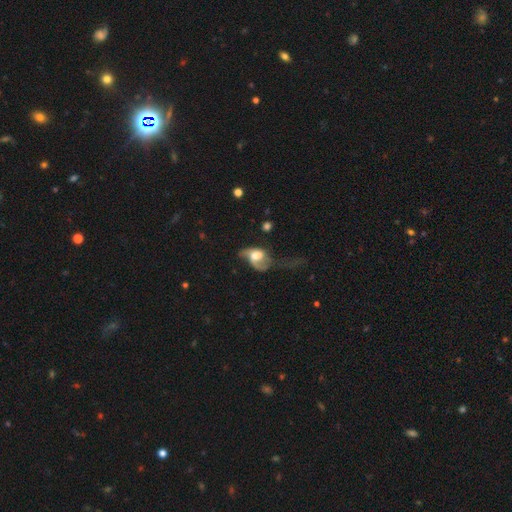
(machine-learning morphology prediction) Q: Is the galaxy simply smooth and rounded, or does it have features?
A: featured or disk — 57%.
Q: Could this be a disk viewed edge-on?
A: no — 96%.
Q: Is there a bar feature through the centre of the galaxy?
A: no — 61%.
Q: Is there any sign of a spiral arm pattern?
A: yes — 73%.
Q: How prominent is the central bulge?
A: moderate — 41%.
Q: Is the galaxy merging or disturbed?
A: major disturbance — 54%.